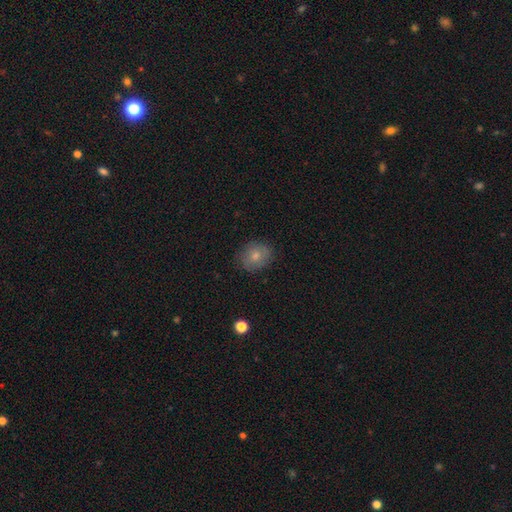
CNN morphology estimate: Smooth or featured? smooth (74%)
How rounded? round (67%)
Merging? none (81%)